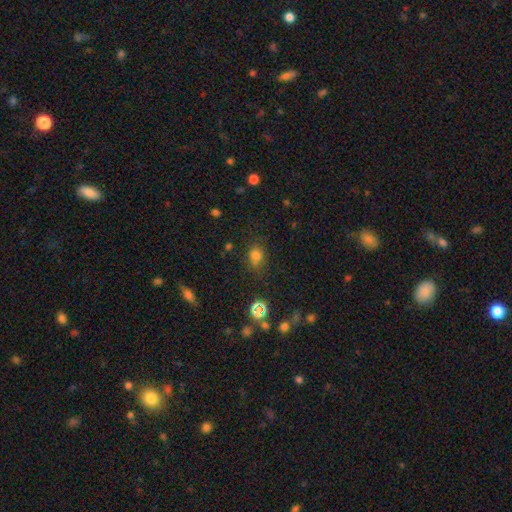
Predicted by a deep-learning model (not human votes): Overall: smooth (71%). How rounded: round (55%; in between 43%). Merging: none (66%).